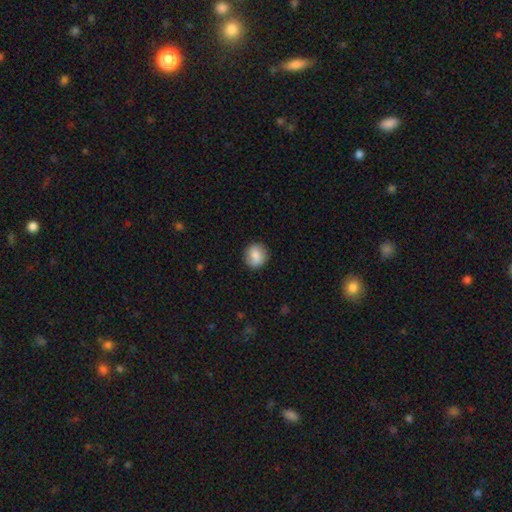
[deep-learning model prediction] smooth 83%, featured or disk 10%, star or artifact 8%. Down the decision tree: how rounded — round (85%); merging — none (88%).